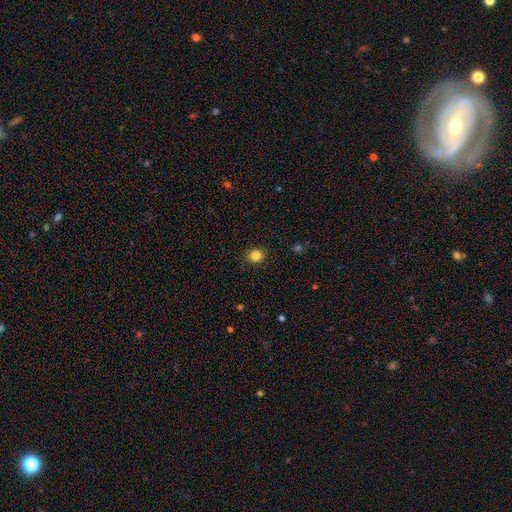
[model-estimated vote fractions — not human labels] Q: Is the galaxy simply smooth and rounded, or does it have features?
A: smooth — 84%.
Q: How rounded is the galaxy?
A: round — 79%.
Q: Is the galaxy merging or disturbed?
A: none — 90%.